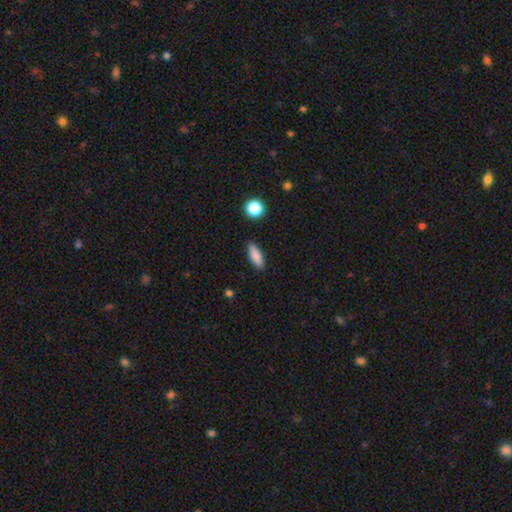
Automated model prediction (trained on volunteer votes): Smooth or featured: smooth — 85% (featured or disk — 8%)
How rounded: in between — 65% (cigar-shaped — 32%)
Merging: none — 88% (minor disturbance — 8%)